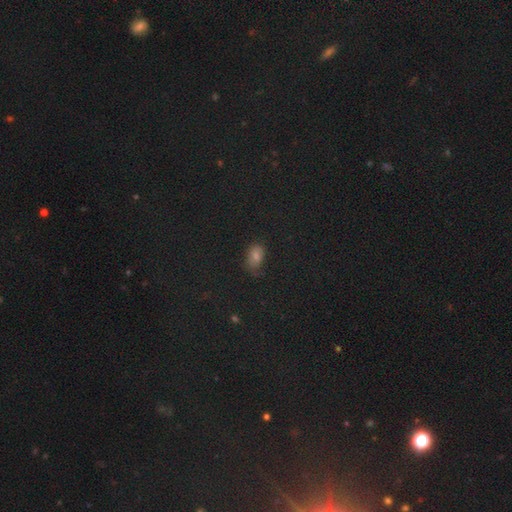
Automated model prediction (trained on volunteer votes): Q: Smooth or featured?
A: smooth (63%); runner-up: star or artifact (28%)
Q: How rounded?
A: in between (83%); runner-up: round (14%)
Q: Merging?
A: none (67%); runner-up: minor disturbance (23%)